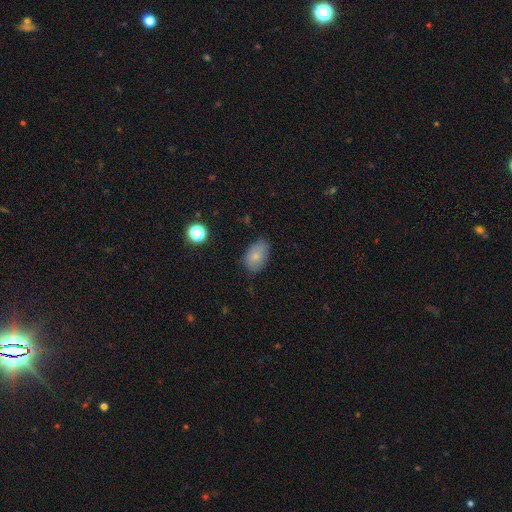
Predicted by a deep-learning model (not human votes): Q: Smooth or featured?
A: smooth (80%); runner-up: featured or disk (11%)
Q: How rounded?
A: in between (87%); runner-up: round (12%)
Q: Merging?
A: none (63%); runner-up: minor disturbance (29%)